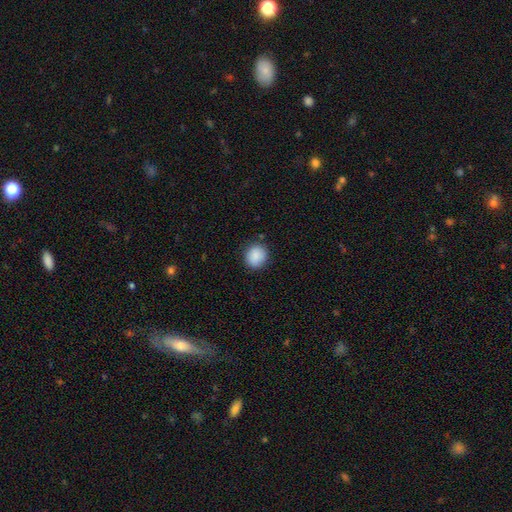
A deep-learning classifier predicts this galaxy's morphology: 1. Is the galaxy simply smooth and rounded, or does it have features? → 89% smooth, 8% star or artifact, 3% featured or disk.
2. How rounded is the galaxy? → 75% round, 24% in between, 1% cigar-shaped.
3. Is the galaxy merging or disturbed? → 85% none, 11% minor disturbance, 3% major disturbance, 1% merger.